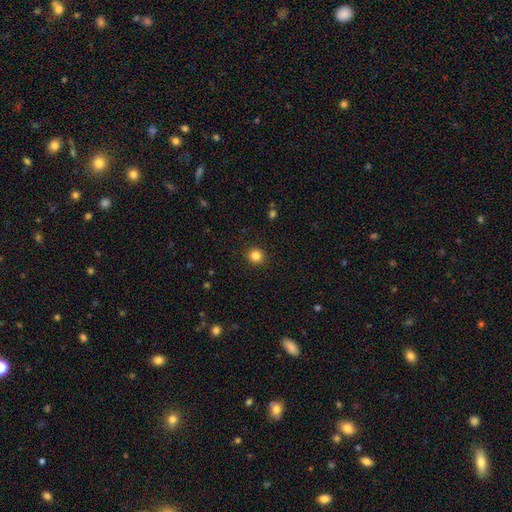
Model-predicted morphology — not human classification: A smooth galaxy with no disk features (84%) that is round (90%). Merging: none (92%).